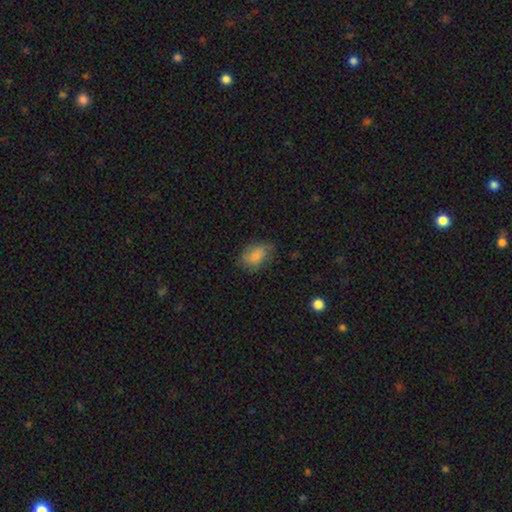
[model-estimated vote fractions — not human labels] smooth 77%, featured or disk 14%, star or artifact 9%. Down the decision tree: how rounded — in between (81%); merging — none (66%).